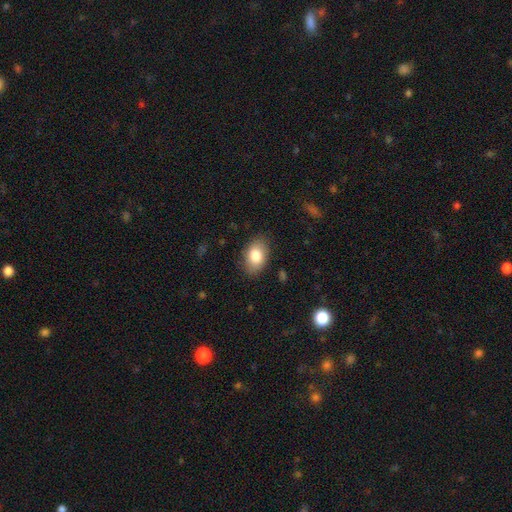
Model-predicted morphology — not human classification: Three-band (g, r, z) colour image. It shows a smooth galaxy with no disk features (82%) that is in between round and cigar-shaped (88%). Merging: none (84%).